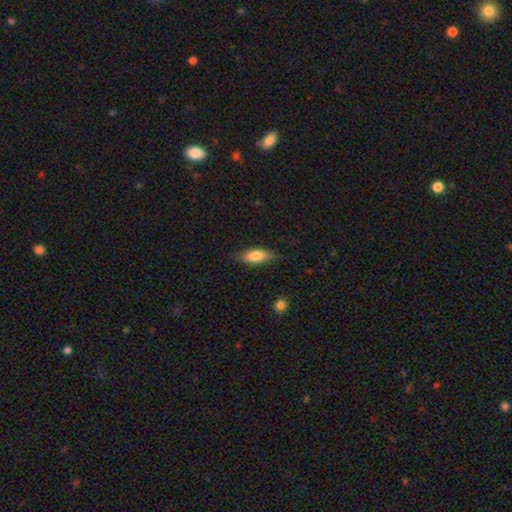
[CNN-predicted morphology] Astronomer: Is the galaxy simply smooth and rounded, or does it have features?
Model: smooth — 72%.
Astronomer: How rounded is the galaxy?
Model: in between — 64%.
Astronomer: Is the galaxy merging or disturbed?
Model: none — 78%.